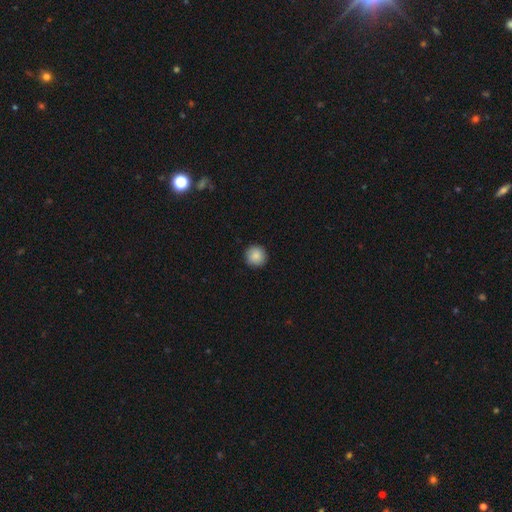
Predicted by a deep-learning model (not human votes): Smooth or featured? Predicted: smooth (p=0.88). How rounded? Predicted: round (p=0.95). Merging? Predicted: none (p=0.92).